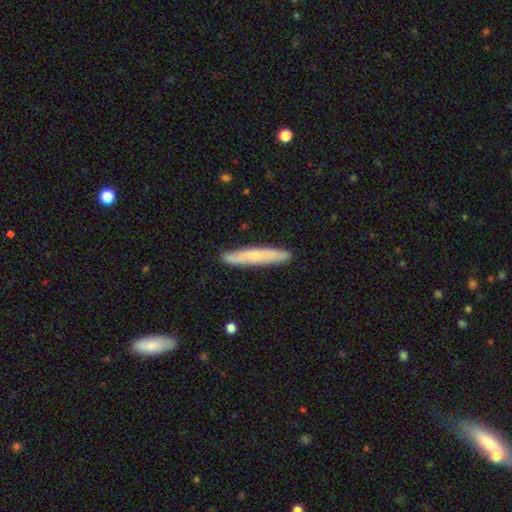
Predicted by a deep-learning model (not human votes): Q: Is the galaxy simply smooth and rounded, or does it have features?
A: smooth — 55%.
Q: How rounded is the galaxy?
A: cigar-shaped — 93%.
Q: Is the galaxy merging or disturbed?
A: none — 87%.